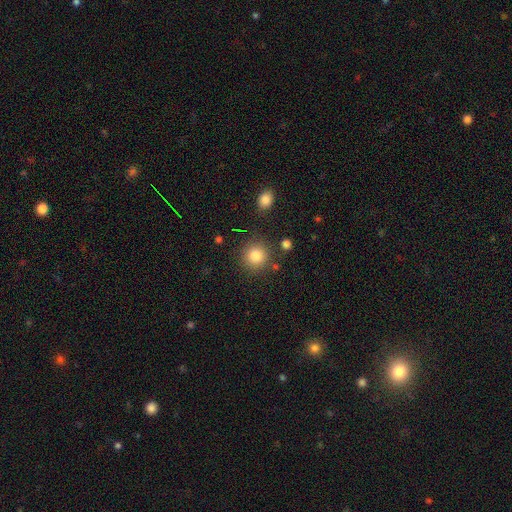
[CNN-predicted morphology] A smooth galaxy with no disk features (84%) that is round (92%).

Vote fractions:
- Smooth or featured? smooth: 84% / star or artifact: 10% / featured or disk: 6%
- How rounded? round: 92% / in between: 7% / cigar-shaped: 1%
- Merging? none: 85% / minor disturbance: 8% / merger: 4% / major disturbance: 3%